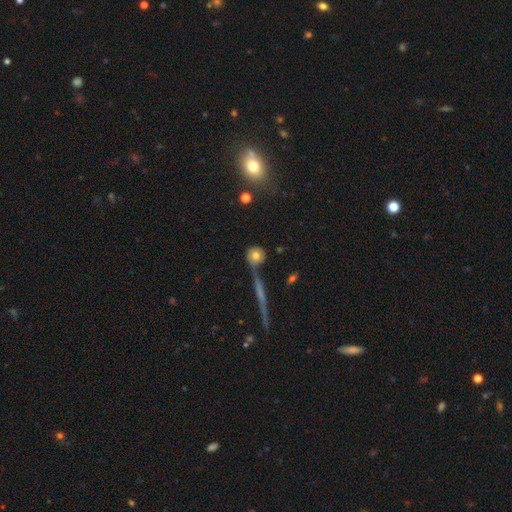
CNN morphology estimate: Smooth or featured? smooth (73%)
How rounded? round (88%)
Merging? none (65%)